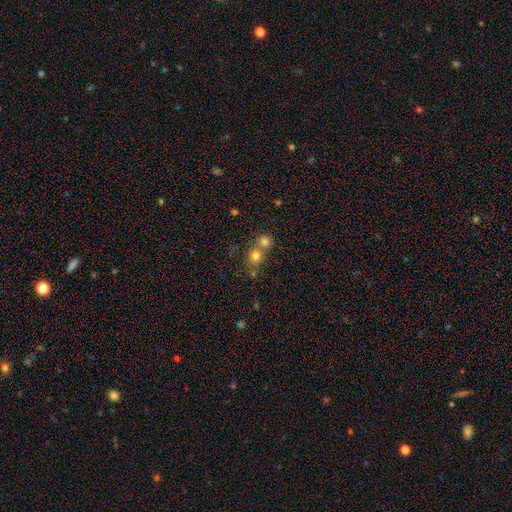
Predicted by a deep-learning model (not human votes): smooth_or_featured: smooth (p=0.76) [alt: star or artifact p=0.15]
how_rounded: round (p=0.87) [alt: in between p=0.12]
merging: merger (p=0.46) [tied with: none p=0.46]